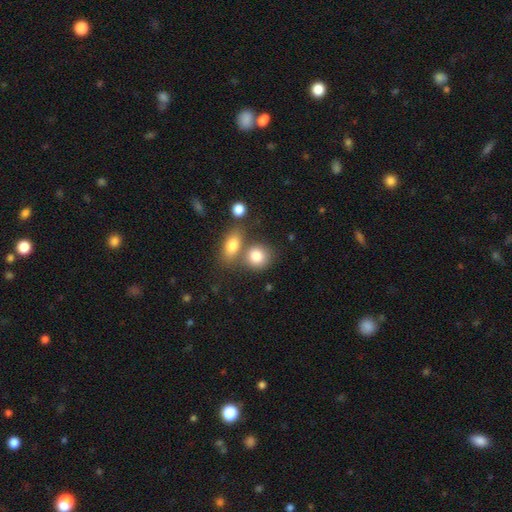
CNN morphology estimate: Smooth or featured?
  - smooth: 82% *
  - featured or disk: 9%
  - star or artifact: 8%
How rounded?
  - round: 65% *
  - in between: 34%
  - cigar-shaped: 2%
Merging?
  - none: 46% *
  - merger: 40%
  - minor disturbance: 10%
  - major disturbance: 4%